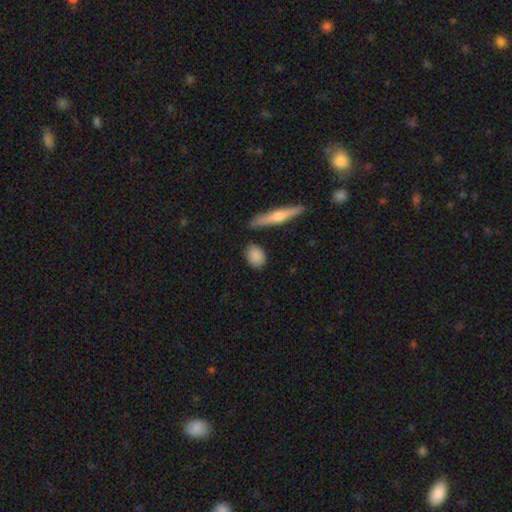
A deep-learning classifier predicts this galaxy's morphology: The model was most divided on "how rounded": in between: 66%, round: 28%, cigar-shaped: 7%. More confident: smooth or featured — smooth (84%); merging — none (78%).